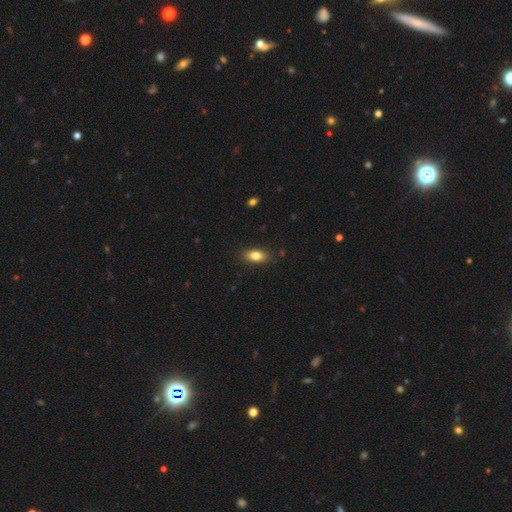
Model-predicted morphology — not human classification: smooth 82%, featured or disk 10%, star or artifact 8%. Down the decision tree: how rounded — in between (86%); merging — none (86%).